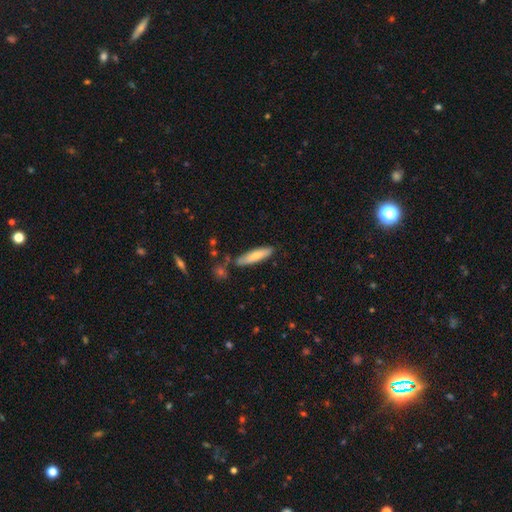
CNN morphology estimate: smooth_or_featured: smooth (p=0.71) [alt: featured or disk p=0.23]
how_rounded: cigar-shaped (p=0.74) [alt: in between p=0.25]
merging: none (p=0.78) [alt: minor disturbance p=0.15]